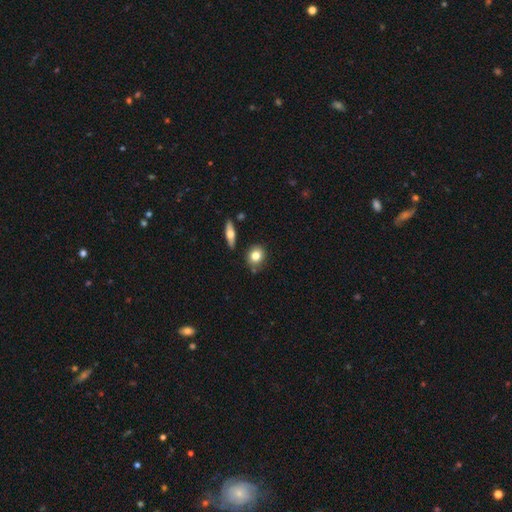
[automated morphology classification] This is likely a smooth galaxy (78%). How rounded: likely round (65%). Merging: likely none (78%).